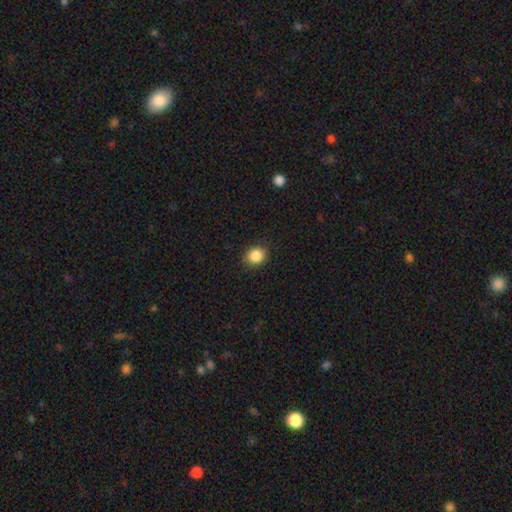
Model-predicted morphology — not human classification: This is clearly a smooth galaxy (86%). How rounded: likely round (69%). Merging: clearly none (88%).